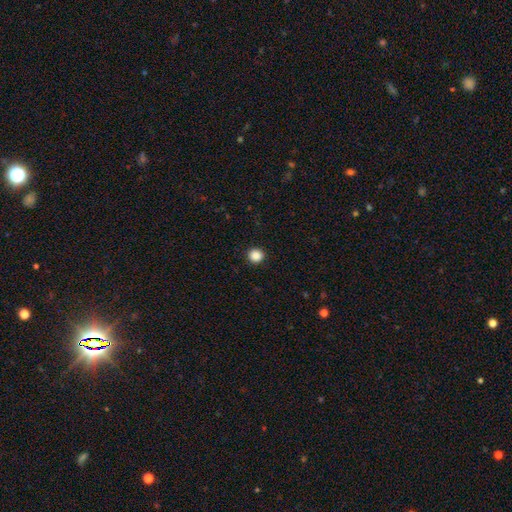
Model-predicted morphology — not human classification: Overall: smooth (87%). How rounded: round (93%). Merging: none (93%).